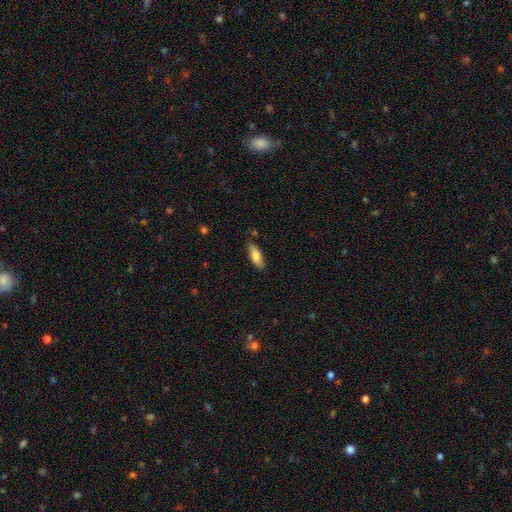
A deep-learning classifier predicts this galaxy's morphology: Smooth or featured? Predicted: smooth (p=0.79). How rounded? Predicted: in between (p=0.68). Merging? Predicted: none (p=0.81).